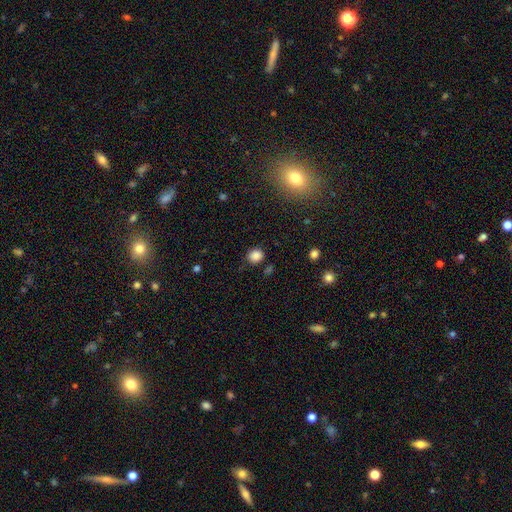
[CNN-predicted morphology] Q: Smooth or featured?
A: smooth (85%); runner-up: star or artifact (12%)
Q: How rounded?
A: round (74%); runner-up: in between (25%)
Q: Merging?
A: none (82%); runner-up: minor disturbance (12%)